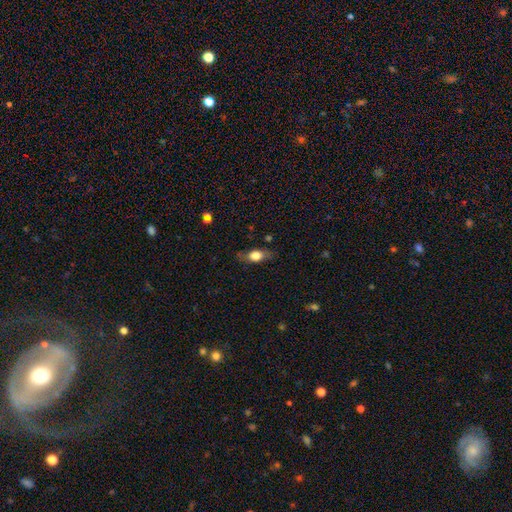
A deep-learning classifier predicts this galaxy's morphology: Smooth or featured? smooth (68%)
How rounded? in between (73%)
Merging? none (75%)